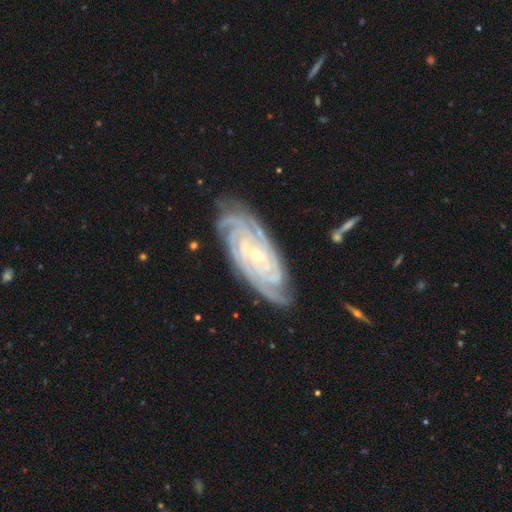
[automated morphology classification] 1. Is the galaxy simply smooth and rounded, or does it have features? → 91% featured or disk, 5% star or artifact, 4% smooth.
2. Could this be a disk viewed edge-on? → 95% no, 5% yes.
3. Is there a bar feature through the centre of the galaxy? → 56% no, 28% weak, 16% strong.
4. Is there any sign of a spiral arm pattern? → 99% yes, 1% no.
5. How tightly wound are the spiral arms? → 84% tight, 14% medium, 2% loose.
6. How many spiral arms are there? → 35% 4, 22% 3, 14% more than 4, 13% can't tell, 10% 2, 6% 1.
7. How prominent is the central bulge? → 69% small, 28% moderate, 1% large, 1% none, 1% dominant.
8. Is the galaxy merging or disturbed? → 80% none, 15% minor disturbance, 4% major disturbance, 2% merger.